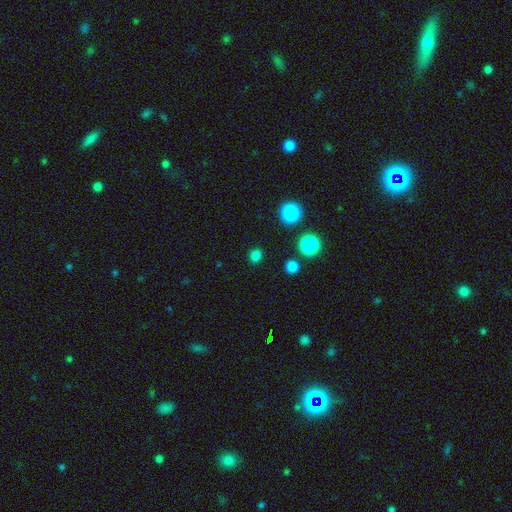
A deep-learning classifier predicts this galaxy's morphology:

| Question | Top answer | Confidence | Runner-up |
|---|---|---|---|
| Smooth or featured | smooth | 76% | star or artifact (20%) |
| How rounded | round | 84% | in between (15%) |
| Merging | none | 88% | minor disturbance (7%) |